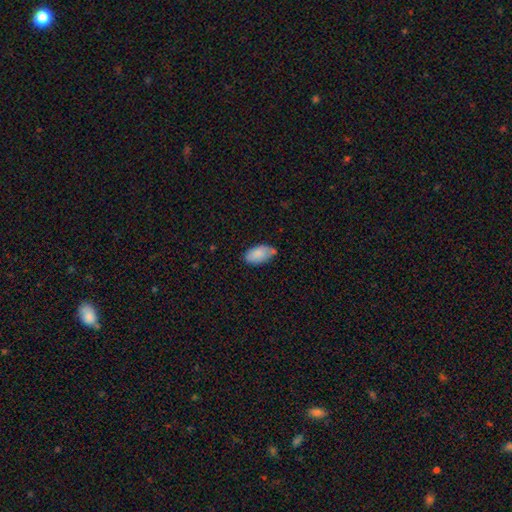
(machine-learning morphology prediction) The model was most divided on "merging": none: 61%, minor disturbance: 30%, major disturbance: 5%, merger: 4%. More confident: how rounded — in between (95%); smooth or featured — smooth (84%).